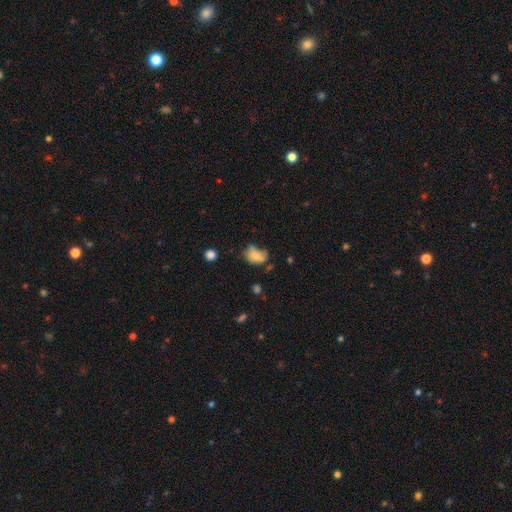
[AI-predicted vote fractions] This is likely a smooth galaxy (71%). How rounded: likely in between (68%). Merging: marginally none (36%, tied with minor disturbance).